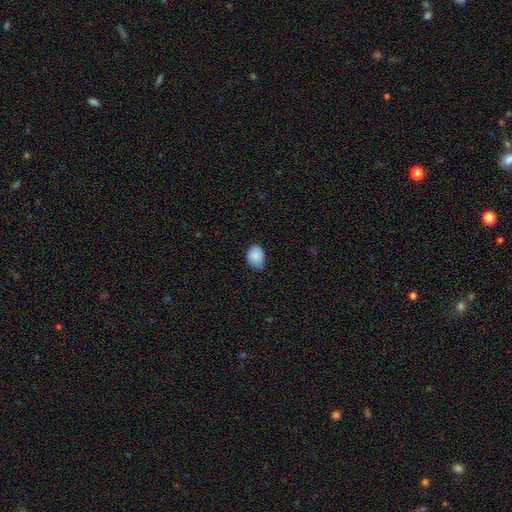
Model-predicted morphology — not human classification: This is clearly a smooth galaxy (86%). How rounded: likely in between (60%). Merging: possibly none (56%).